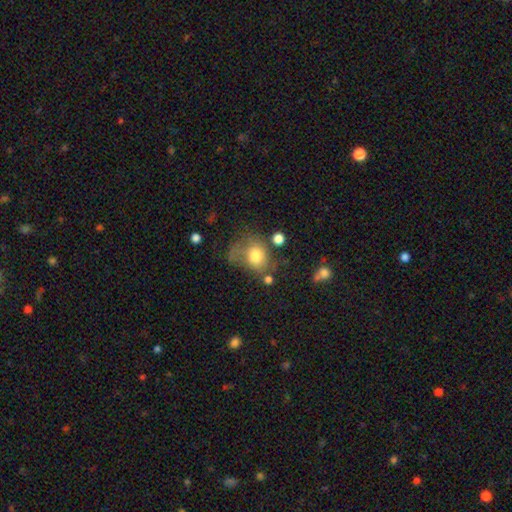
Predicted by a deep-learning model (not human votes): Smooth or featured? smooth (69%)
How rounded? round (53%)
Merging? none (38%)